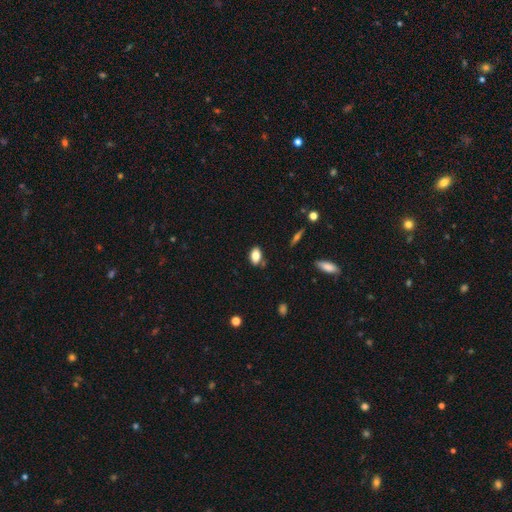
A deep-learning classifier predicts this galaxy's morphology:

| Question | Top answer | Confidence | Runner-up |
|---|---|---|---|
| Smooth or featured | smooth | 81% | featured or disk (10%) |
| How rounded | in between | 88% | round (9%) |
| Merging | none | 79% | minor disturbance (14%) |